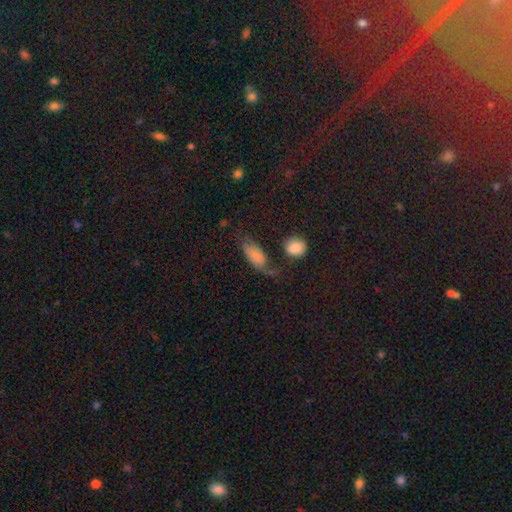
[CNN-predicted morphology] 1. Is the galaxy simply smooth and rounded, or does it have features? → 73% smooth, 17% featured or disk, 11% star or artifact.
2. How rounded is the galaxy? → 82% in between, 12% cigar-shaped, 6% round.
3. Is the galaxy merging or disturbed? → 40% none, 28% minor disturbance, 22% major disturbance, 10% merger.